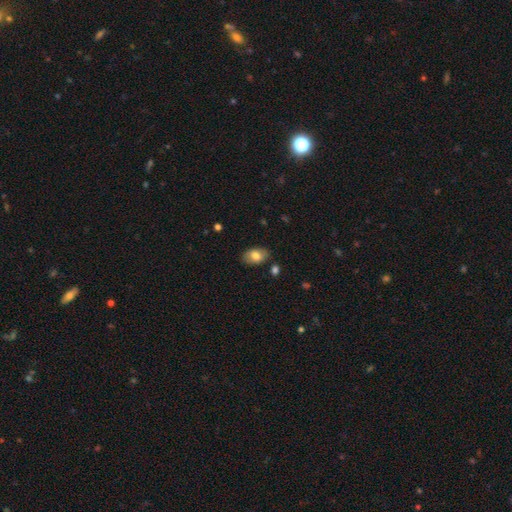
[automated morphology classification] This is likely a smooth galaxy (79%). How rounded: clearly in between (89%). Merging: clearly none (82%).